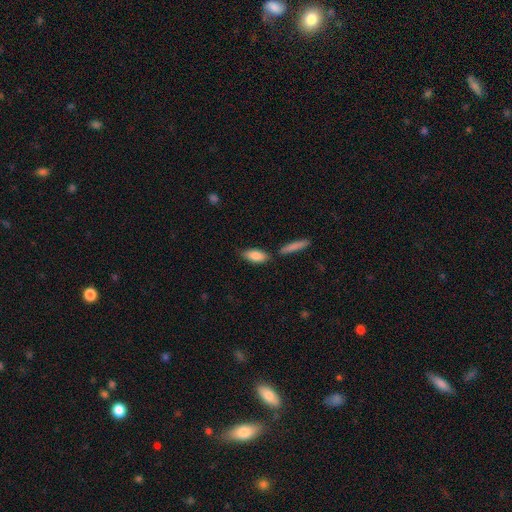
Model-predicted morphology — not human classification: A smooth galaxy with no disk features (84%) that is in between round and cigar-shaped (76%).

Vote fractions:
- Smooth or featured? smooth: 84% / featured or disk: 10% / star or artifact: 6%
- How rounded? in between: 76% / cigar-shaped: 22% / round: 2%
- Merging? none: 70% / merger: 14% / minor disturbance: 14% / major disturbance: 3%